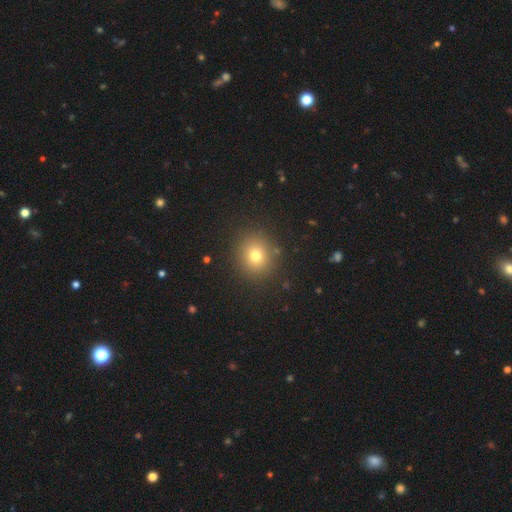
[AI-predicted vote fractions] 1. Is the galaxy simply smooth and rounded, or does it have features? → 74% smooth, 16% star or artifact, 10% featured or disk.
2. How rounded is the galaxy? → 82% round, 17% in between, 1% cigar-shaped.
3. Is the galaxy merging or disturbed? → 88% none, 7% minor disturbance, 3% major disturbance, 2% merger.